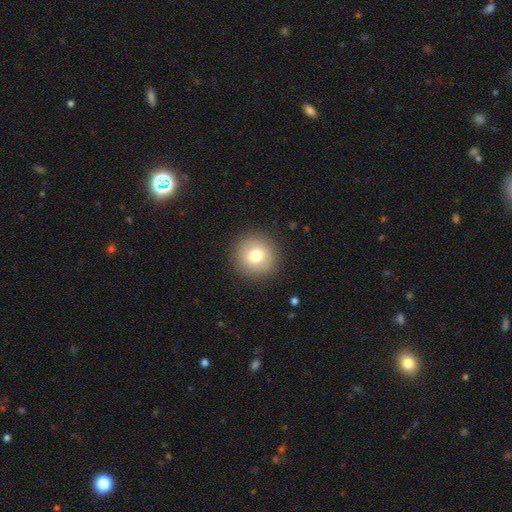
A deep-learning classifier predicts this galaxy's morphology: The model was most divided on "smooth or featured": smooth: 76%, featured or disk: 14%, star or artifact: 10%. More confident: how rounded — round (94%); merging — none (90%).